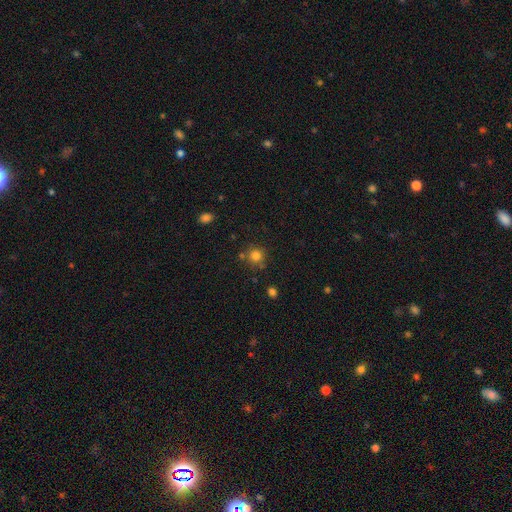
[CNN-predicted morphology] Smooth or featured? Predicted: smooth (p=0.80). How rounded? Predicted: round (p=0.91). Merging? Predicted: none (p=0.75).